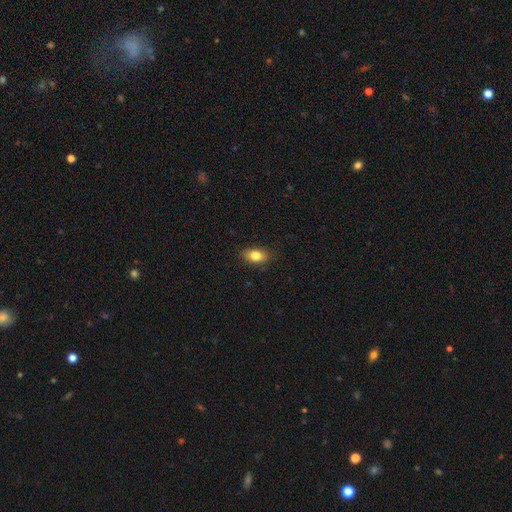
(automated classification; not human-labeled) smooth 82%, featured or disk 10%, star or artifact 8%. Down the decision tree: how rounded — in between (86%); merging — none (85%).